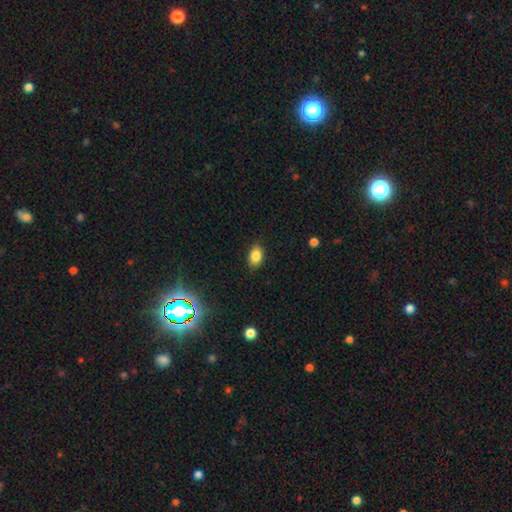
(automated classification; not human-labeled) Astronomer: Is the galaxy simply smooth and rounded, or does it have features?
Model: smooth — 84%.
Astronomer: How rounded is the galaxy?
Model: in between — 86%.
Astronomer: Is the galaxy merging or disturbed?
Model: none — 86%.